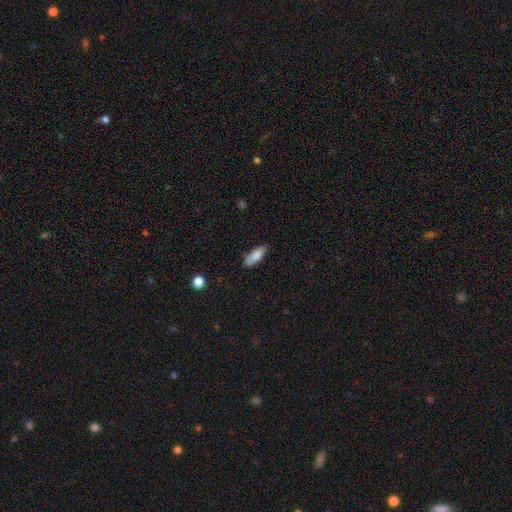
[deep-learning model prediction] Morphology: type=smooth (81%); roundness=in between (55%); merging=none (73%).